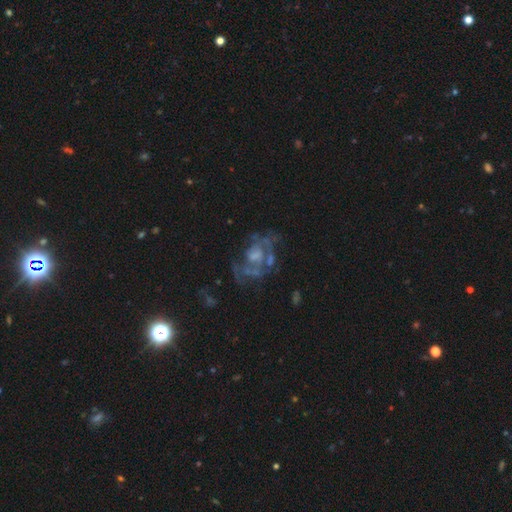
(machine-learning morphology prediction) The model was most divided on "bulge size": moderate: 39%, small: 31%, none: 19%, large: 8%, dominant: 2%. More confident: edge-on disk — no (96%); bar — no (76%); smooth or featured — featured or disk (72%); spiral arms — yes (60%); merging — none (55%).